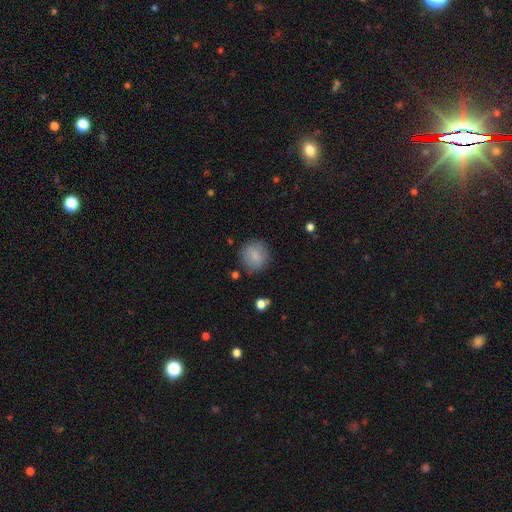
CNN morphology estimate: This is clearly a smooth galaxy (83%). How rounded: clearly round (91%). Merging: clearly none (82%).